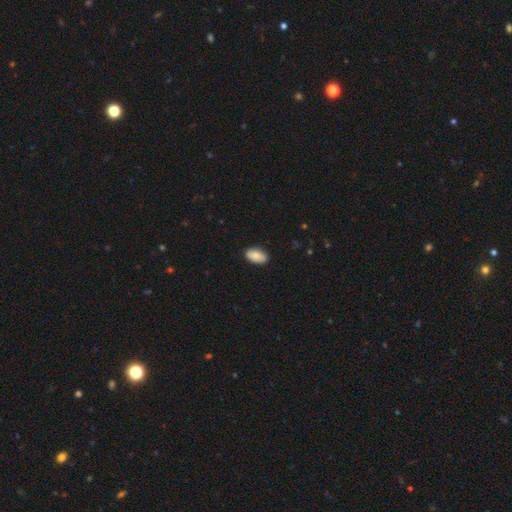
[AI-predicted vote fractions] A smooth galaxy with no disk features (81%) that is in between round and cigar-shaped (93%). Merging: none (86%).